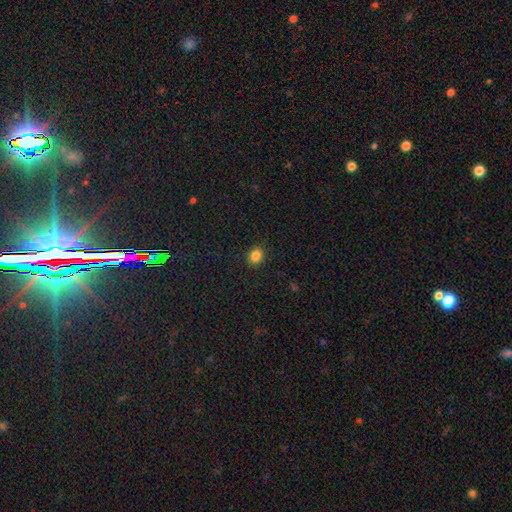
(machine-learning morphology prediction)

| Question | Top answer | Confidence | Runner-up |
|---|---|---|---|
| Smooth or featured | smooth | 84% | star or artifact (12%) |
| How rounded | round | 72% | in between (27%) |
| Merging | none | 90% | minor disturbance (7%) |